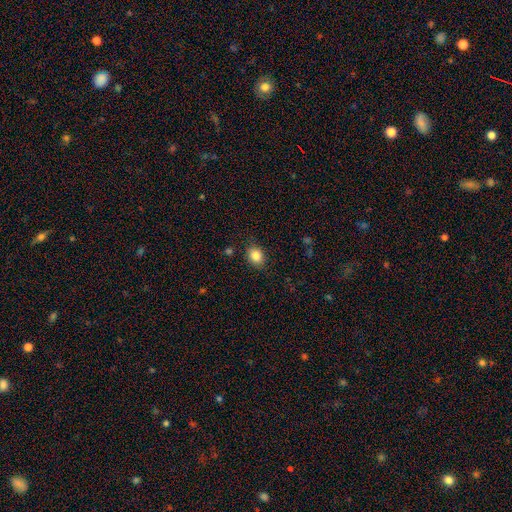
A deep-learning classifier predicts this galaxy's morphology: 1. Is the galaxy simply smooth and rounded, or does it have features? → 85% smooth, 9% star or artifact, 6% featured or disk.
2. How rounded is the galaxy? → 59% in between, 40% round, 1% cigar-shaped.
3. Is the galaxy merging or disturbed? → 84% none, 12% minor disturbance, 3% major disturbance, 1% merger.